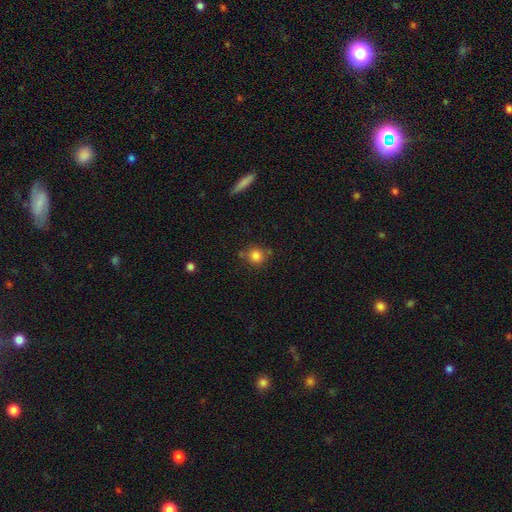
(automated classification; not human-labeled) A smooth galaxy with no disk features (83%) that is round (88%).

Vote fractions:
- Smooth or featured? smooth: 83% / star or artifact: 11% / featured or disk: 7%
- How rounded? round: 88% / in between: 11% / cigar-shaped: 1%
- Merging? none: 72% / minor disturbance: 14% / merger: 10% / major disturbance: 4%